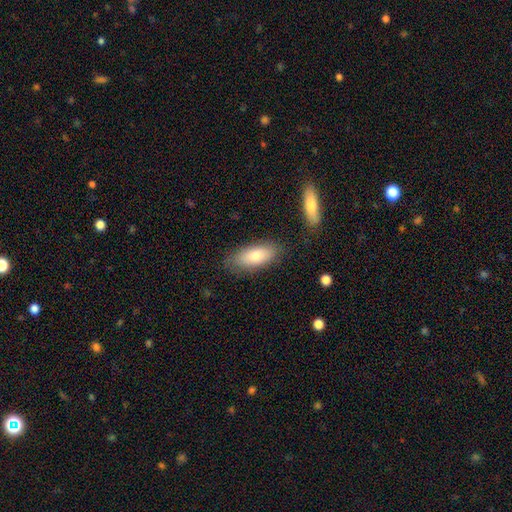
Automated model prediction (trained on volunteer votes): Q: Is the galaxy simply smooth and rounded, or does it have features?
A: smooth — 77%.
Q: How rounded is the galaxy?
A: in between — 84%.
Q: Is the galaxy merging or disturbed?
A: none — 80%.